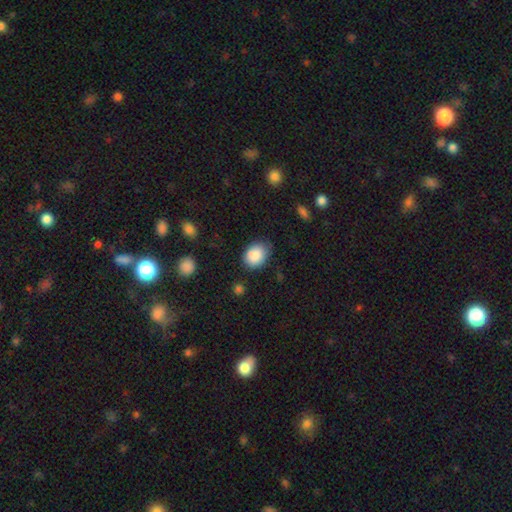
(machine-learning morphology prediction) A smooth galaxy with no disk features (87%) that is in between round and cigar-shaped (61%).

Vote fractions:
- Smooth or featured? smooth: 87% / star or artifact: 8% / featured or disk: 5%
- How rounded? in between: 61% / round: 38% / cigar-shaped: 1%
- Merging? none: 72% / minor disturbance: 21% / major disturbance: 4% / merger: 2%